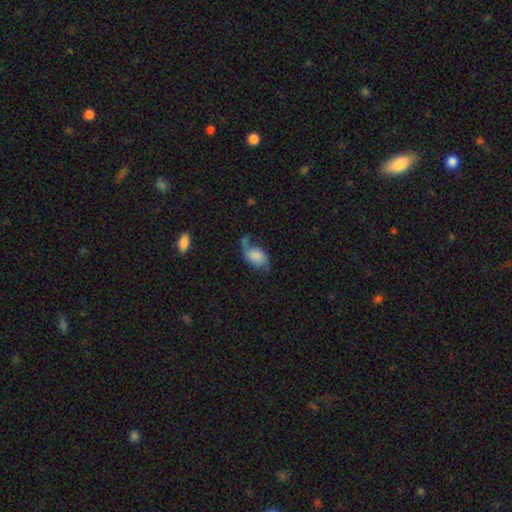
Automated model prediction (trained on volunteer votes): smooth_or_featured: smooth (p=0.65) [alt: featured or disk p=0.26]
how_rounded: in between (p=0.89) [alt: round p=0.09]
merging: none (p=0.34) [alt: minor disturbance p=0.29]